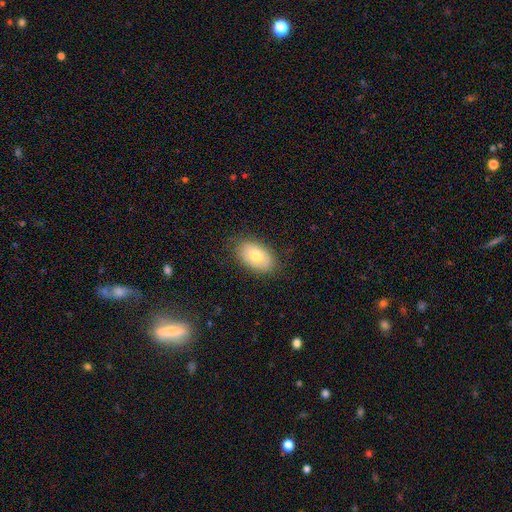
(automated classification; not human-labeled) Smooth or featured?
  - smooth: 72% *
  - featured or disk: 21%
  - star or artifact: 8%
How rounded?
  - in between: 90% *
  - round: 8%
  - cigar-shaped: 1%
Merging?
  - none: 82% *
  - minor disturbance: 14%
  - major disturbance: 3%
  - merger: 1%